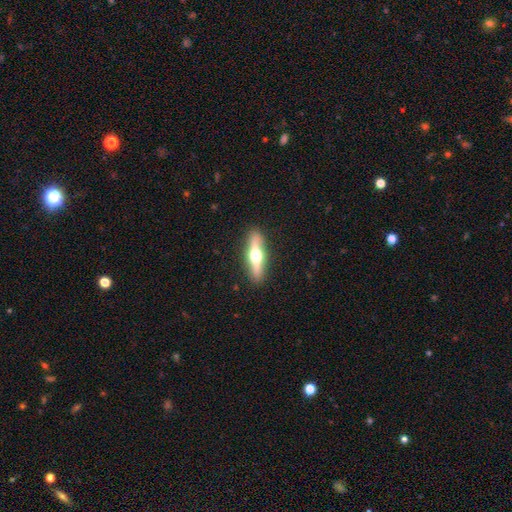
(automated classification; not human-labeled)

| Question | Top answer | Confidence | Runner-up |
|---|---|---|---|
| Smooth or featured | featured or disk | 62% | smooth (32%) |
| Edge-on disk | yes | 94% | no (6%) |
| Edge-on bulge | rounded | 96% | boxy (2%) |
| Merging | none | 90% | minor disturbance (7%) |